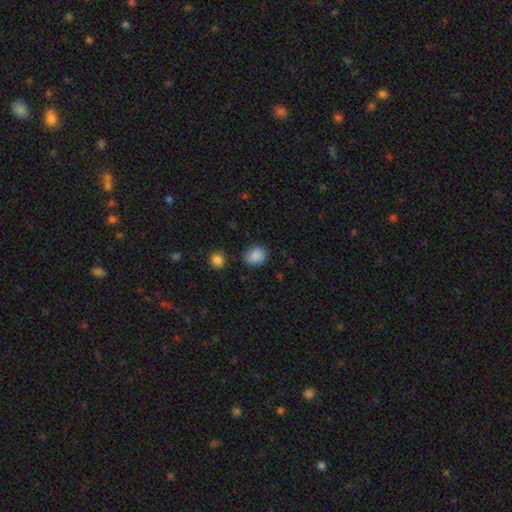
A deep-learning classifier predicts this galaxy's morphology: A smooth galaxy with no disk features (88%) that is round (60%). Merging: none (80%).